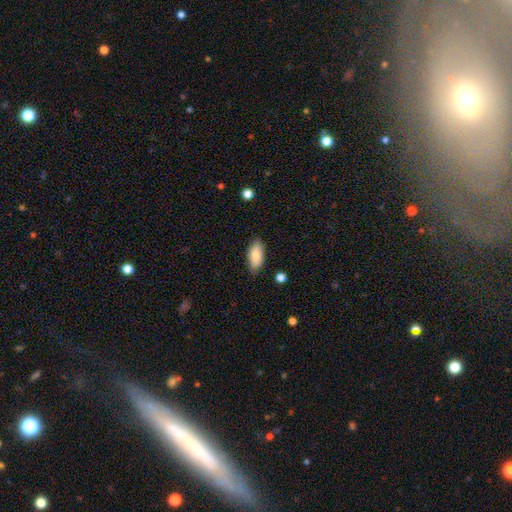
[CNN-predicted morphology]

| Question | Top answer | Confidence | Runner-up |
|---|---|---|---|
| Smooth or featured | smooth | 79% | featured or disk (14%) |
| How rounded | in between | 85% | cigar-shaped (12%) |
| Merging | none | 85% | minor disturbance (12%) |